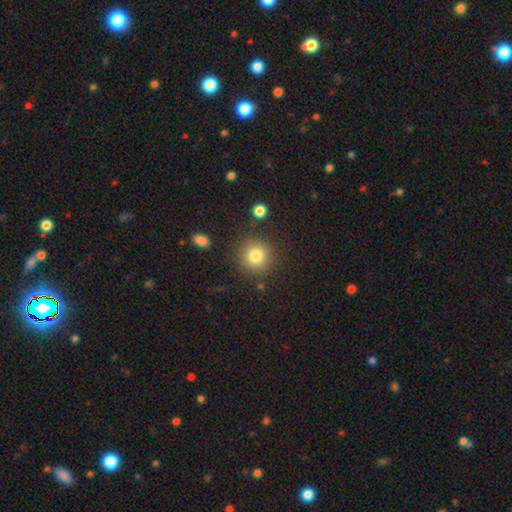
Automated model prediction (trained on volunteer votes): The model was most divided on "smooth or featured": smooth: 82%, star or artifact: 11%, featured or disk: 8%. More confident: how rounded — round (93%); merging — none (85%).